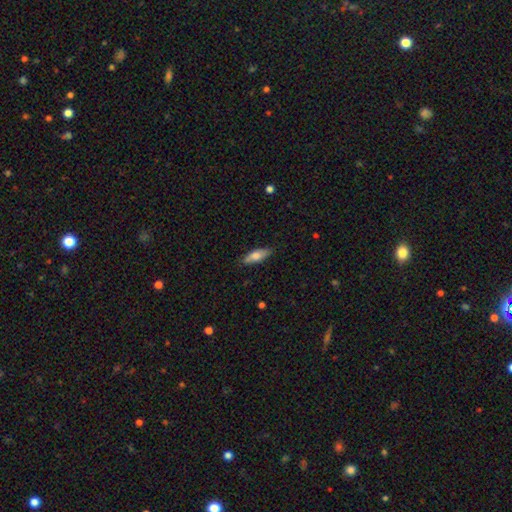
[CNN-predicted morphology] Smooth or featured: smooth — 72% (featured or disk — 22%)
How rounded: in between — 59% (cigar-shaped — 39%)
Merging: none — 83% (minor disturbance — 13%)